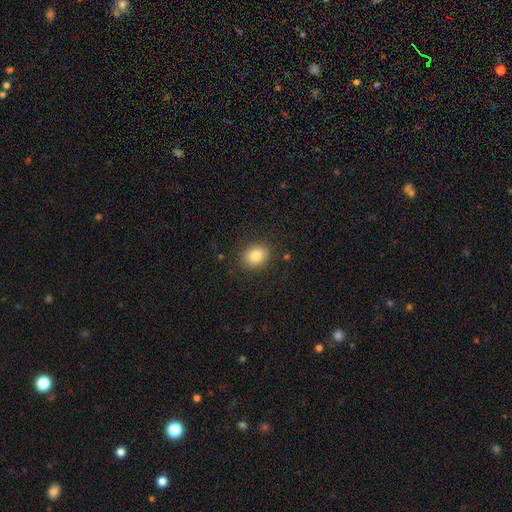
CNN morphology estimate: type=smooth (82%); roundness=round (64%); merging=none (87%).